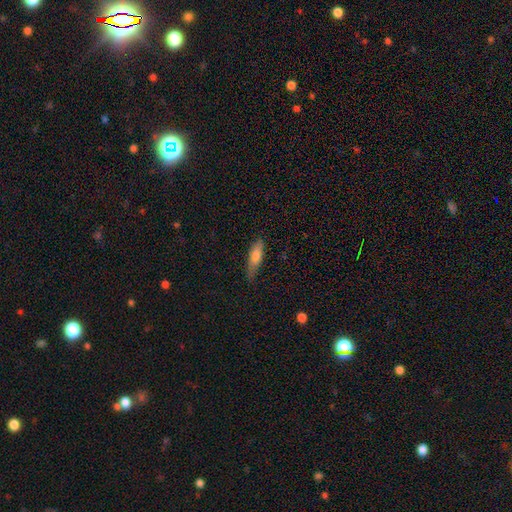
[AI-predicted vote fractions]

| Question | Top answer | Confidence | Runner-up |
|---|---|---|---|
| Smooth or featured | smooth | 71% | featured or disk (23%) |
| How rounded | cigar-shaped | 59% | in between (39%) |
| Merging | none | 71% | minor disturbance (23%) |